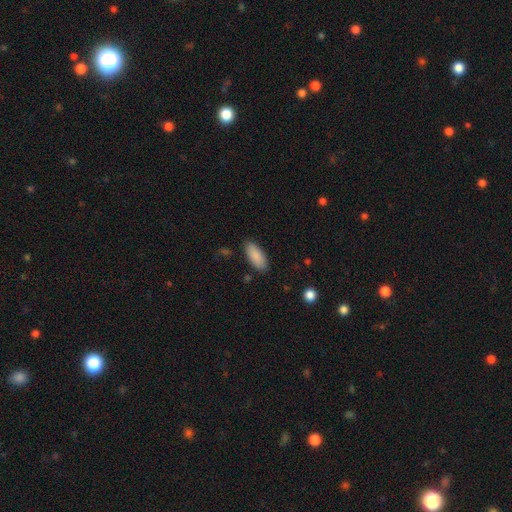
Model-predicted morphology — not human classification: Smooth or featured: smooth — 89% (star or artifact — 6%)
How rounded: in between — 84% (cigar-shaped — 15%)
Merging: none — 86% (minor disturbance — 11%)